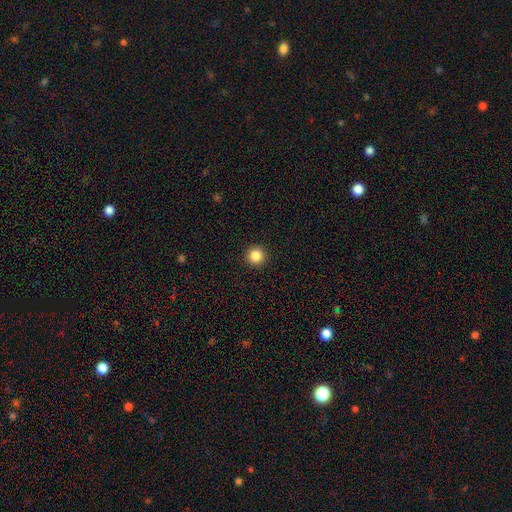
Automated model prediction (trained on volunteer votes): Smooth or featured?
  - smooth: 86% *
  - star or artifact: 11%
  - featured or disk: 3%
How rounded?
  - round: 96% *
  - in between: 3%
  - cigar-shaped: 1%
Merging?
  - none: 93% *
  - minor disturbance: 4%
  - major disturbance: 2%
  - merger: 1%